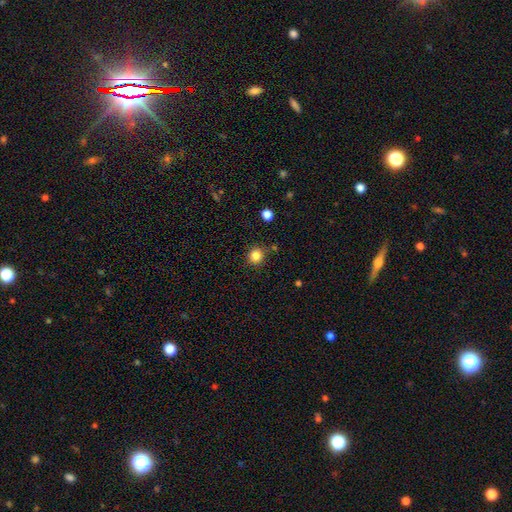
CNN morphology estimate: The model was most divided on "smooth or featured": smooth: 84%, star or artifact: 12%, featured or disk: 4%. More confident: how rounded — round (90%); merging — none (84%).